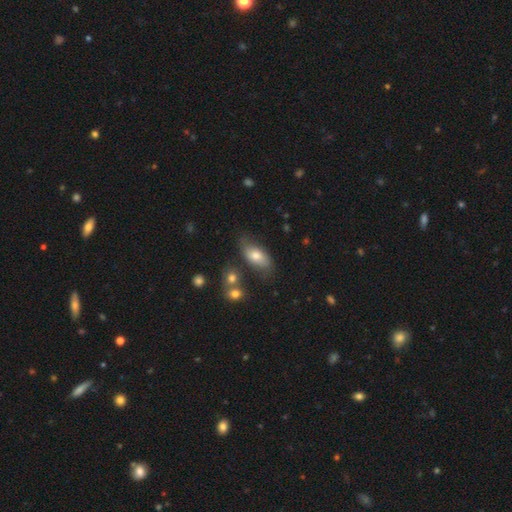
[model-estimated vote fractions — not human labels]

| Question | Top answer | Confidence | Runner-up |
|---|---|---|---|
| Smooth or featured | smooth | 70% | featured or disk (22%) |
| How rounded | in between | 87% | cigar-shaped (8%) |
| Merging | none | 63% | minor disturbance (22%) |